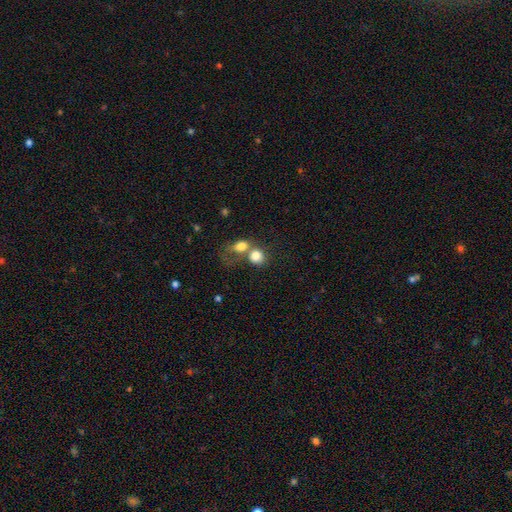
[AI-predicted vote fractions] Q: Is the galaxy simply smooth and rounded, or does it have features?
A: smooth — 79%.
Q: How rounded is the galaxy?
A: round — 63%.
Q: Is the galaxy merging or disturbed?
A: merger — 56%.